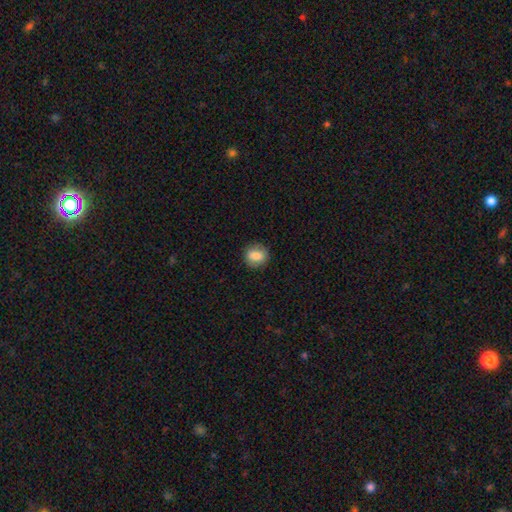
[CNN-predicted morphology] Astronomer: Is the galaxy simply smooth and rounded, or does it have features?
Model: smooth — 81%.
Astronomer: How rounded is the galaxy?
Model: round — 69%.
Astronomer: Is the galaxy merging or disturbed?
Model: none — 87%.